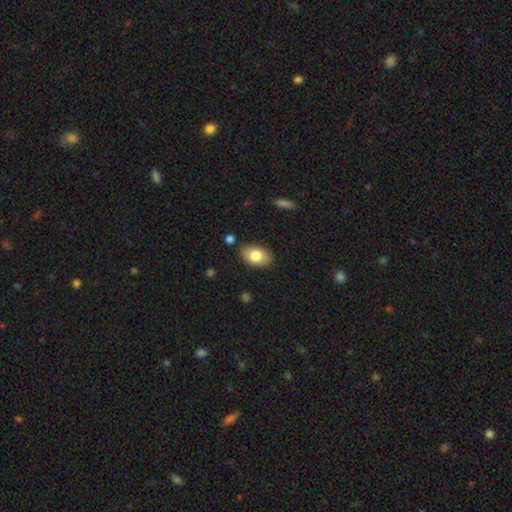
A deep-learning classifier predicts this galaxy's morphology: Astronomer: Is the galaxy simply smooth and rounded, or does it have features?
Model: smooth — 80%.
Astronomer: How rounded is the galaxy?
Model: in between — 91%.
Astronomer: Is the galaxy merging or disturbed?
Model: none — 85%.